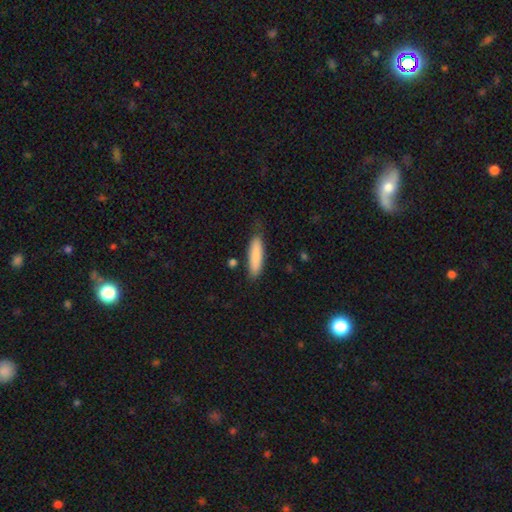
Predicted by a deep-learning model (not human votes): A smooth galaxy with no disk features (86%) that is cigar-shaped (68%).

Vote fractions:
- Smooth or featured? smooth: 86% / featured or disk: 8% / star or artifact: 6%
- How rounded? cigar-shaped: 68% / in between: 31% / round: 1%
- Merging? none: 76% / minor disturbance: 17% / major disturbance: 4% / merger: 2%